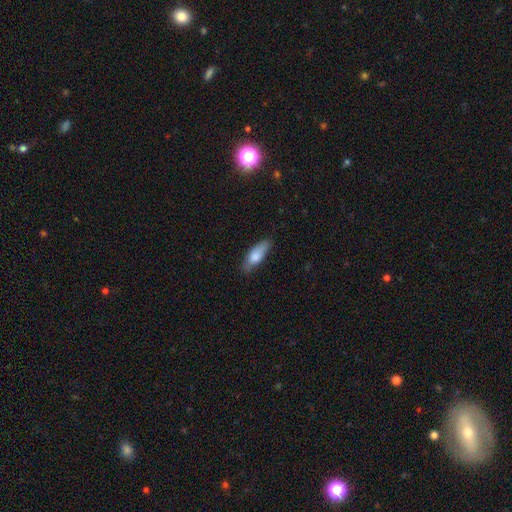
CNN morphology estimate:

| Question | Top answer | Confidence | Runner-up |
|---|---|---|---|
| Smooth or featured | smooth | 74% | featured or disk (19%) |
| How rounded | in between | 62% | cigar-shaped (36%) |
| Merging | none | 69% | minor disturbance (24%) |